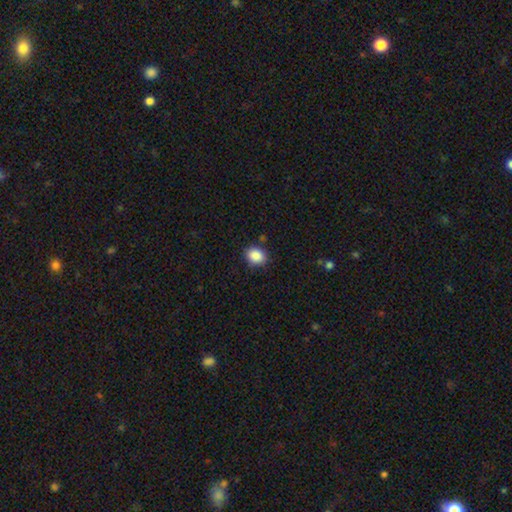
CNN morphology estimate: smooth 88%, star or artifact 9%, featured or disk 3%. Down the decision tree: how rounded — round (50%); merging — none (82%).